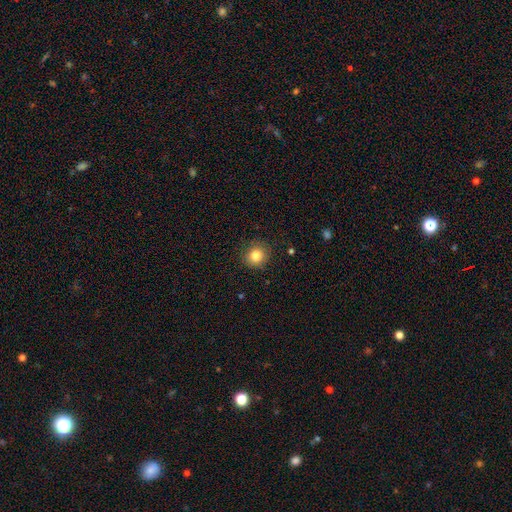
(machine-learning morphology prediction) This is clearly a smooth galaxy (84%). How rounded: clearly round (88%). Merging: clearly none (86%).